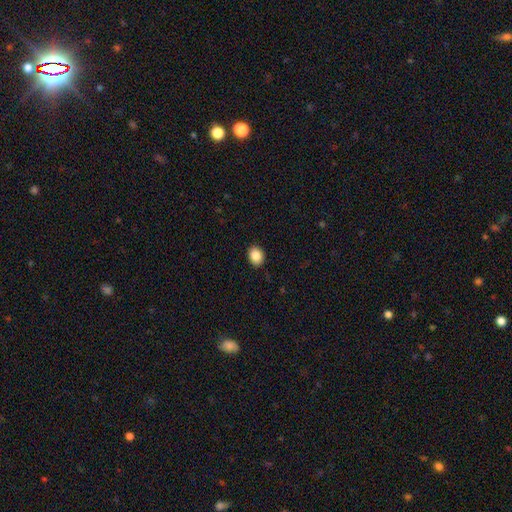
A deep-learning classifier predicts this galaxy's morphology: Smooth or featured? Predicted: smooth (p=0.87). How rounded? Predicted: in between (p=0.54). Merging? Predicted: none (p=0.91).